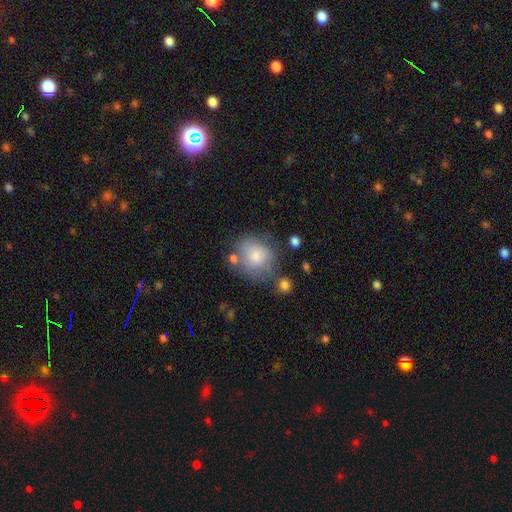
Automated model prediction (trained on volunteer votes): Morphology: type=smooth (75%); roundness=round (73%); merging=none (55%).